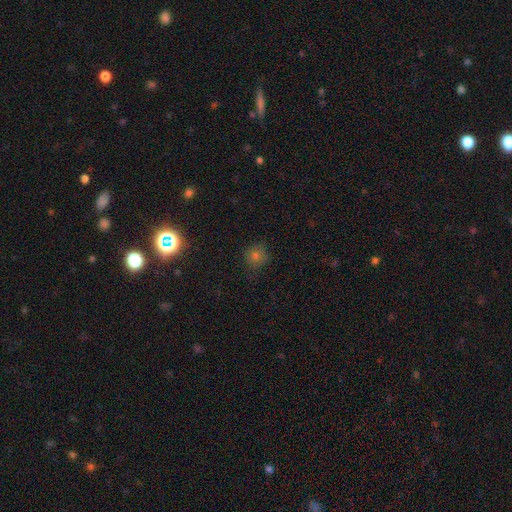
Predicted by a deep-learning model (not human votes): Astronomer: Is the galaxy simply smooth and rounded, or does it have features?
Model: smooth — 63%.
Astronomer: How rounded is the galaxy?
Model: round — 92%.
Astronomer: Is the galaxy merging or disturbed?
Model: none — 83%.